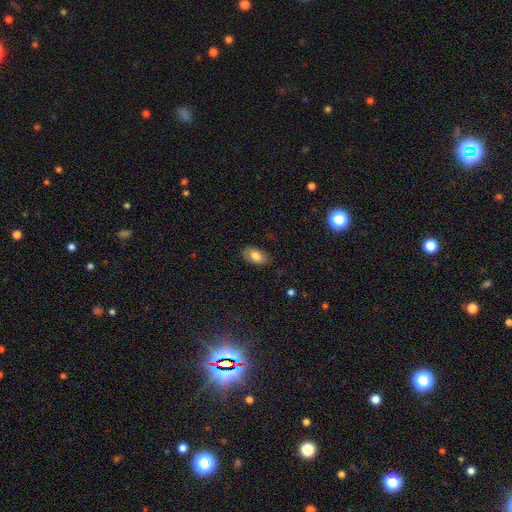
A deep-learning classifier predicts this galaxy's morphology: This is likely a smooth galaxy (78%). How rounded: clearly in between (92%). Merging: clearly none (81%).